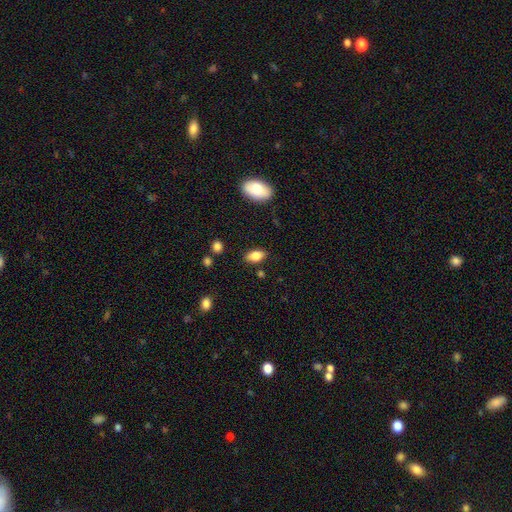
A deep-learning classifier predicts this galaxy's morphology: This appears to be a smooth galaxy with no disk features (82%) that is in between round and cigar-shaped (90%). Merging: none (83%).